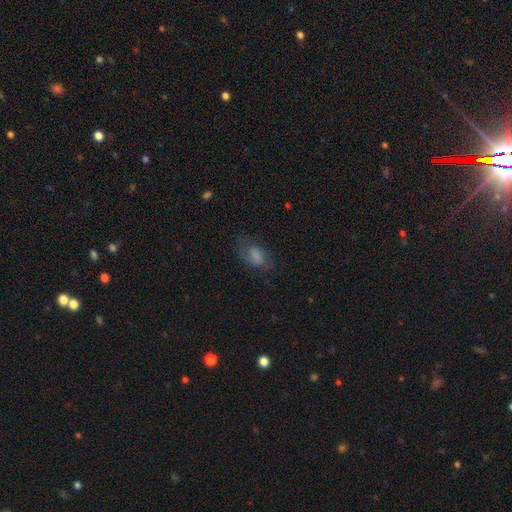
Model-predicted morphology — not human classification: Smooth or featured? smooth (61%)
How rounded? in between (88%)
Merging? none (61%)